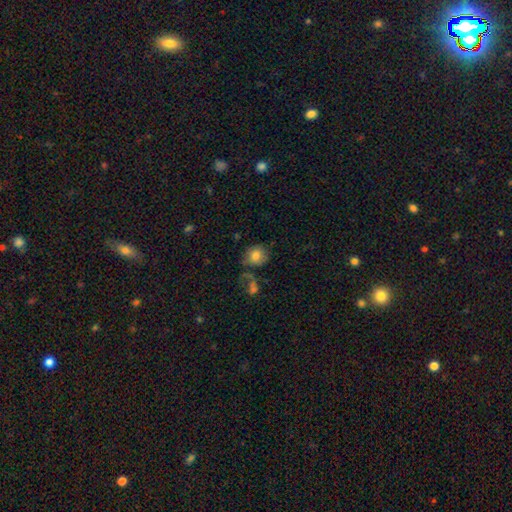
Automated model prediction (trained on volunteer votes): smooth-or-featured: smooth: 78% | featured or disk: 13% | star or artifact: 9%
  how-rounded: round: 76% | in between: 23% | cigar-shaped: 1%
  merging: none: 53% | minor disturbance: 21% | major disturbance: 15% | merger: 12%